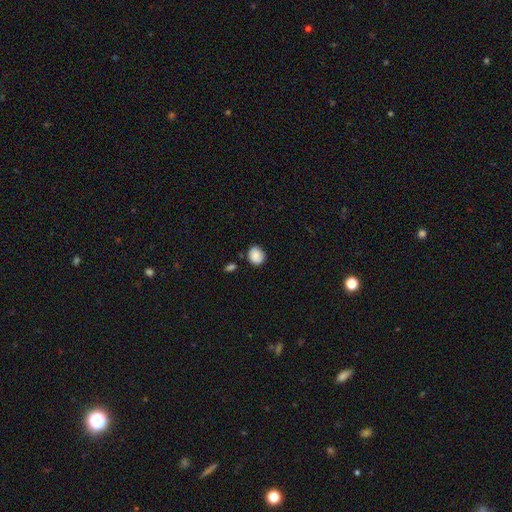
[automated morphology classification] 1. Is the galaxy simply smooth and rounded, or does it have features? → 87% smooth, 8% star or artifact, 5% featured or disk.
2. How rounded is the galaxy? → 68% round, 31% in between, 1% cigar-shaped.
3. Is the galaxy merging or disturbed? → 78% none, 15% minor disturbance, 4% merger, 3% major disturbance.